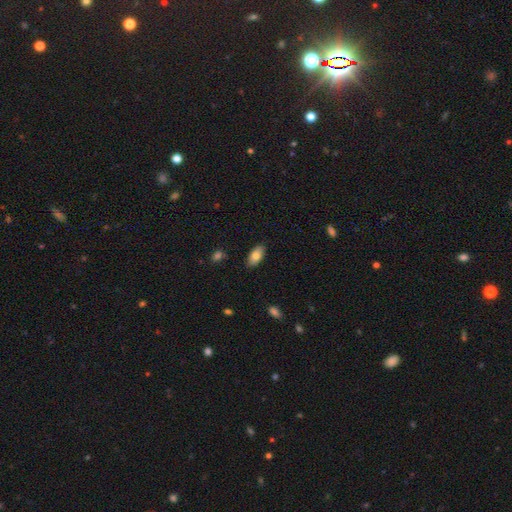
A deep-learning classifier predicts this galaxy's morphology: Q: Smooth or featured?
A: smooth (80%); runner-up: featured or disk (14%)
Q: How rounded?
A: in between (91%); runner-up: cigar-shaped (6%)
Q: Merging?
A: none (87%); runner-up: minor disturbance (10%)